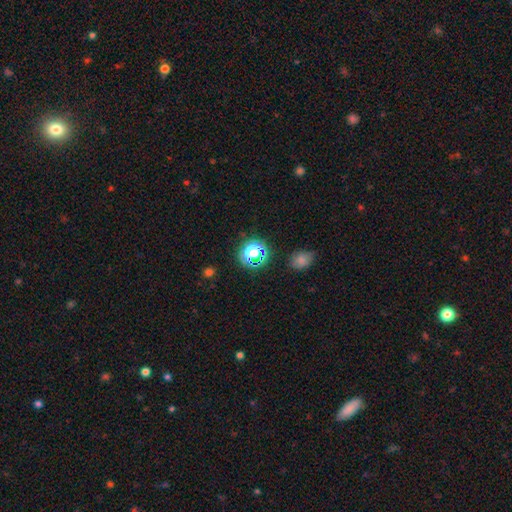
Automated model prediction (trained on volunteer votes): Smooth or featured?
  - star or artifact: 48% *
  - smooth: 43%
  - featured or disk: 9%